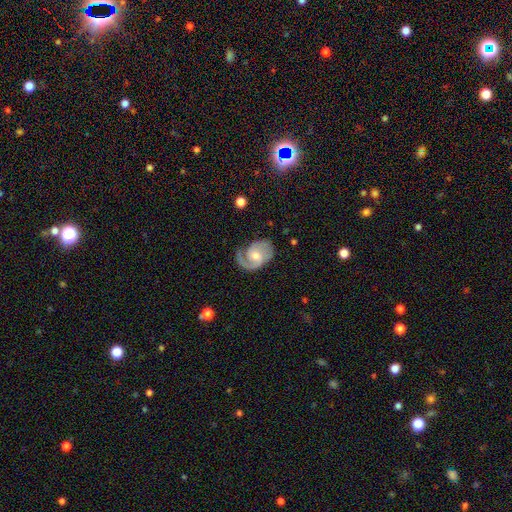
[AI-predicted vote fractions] smooth_or_featured: featured or disk (p=0.85) [alt: smooth p=0.10]
disk_edge_on: no (p=0.98) [alt: yes p=0.02]
bar: no (p=0.53) [alt: weak p=0.39]
has_spiral_arms: yes (p=0.96) [alt: no p=0.04]
spiral_winding: medium (p=0.46) [alt: tight p=0.37]
spiral_arm_count: 2 (p=0.63) [alt: 1 p=0.29]
bulge_size: moderate (p=0.56) [alt: small p=0.38]
merging: none (p=0.65) [alt: minor disturbance p=0.21]